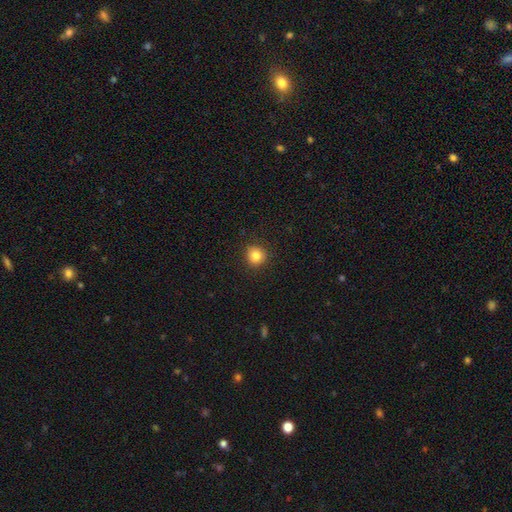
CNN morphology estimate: The model was most divided on "smooth or featured": smooth: 84%, star or artifact: 11%, featured or disk: 5%. More confident: how rounded — round (91%); merging — none (90%).